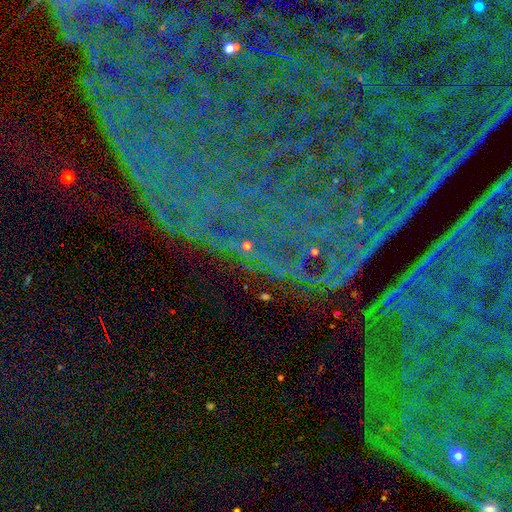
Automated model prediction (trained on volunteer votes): Q: Smooth or featured?
A: star or artifact (86%); runner-up: featured or disk (8%)